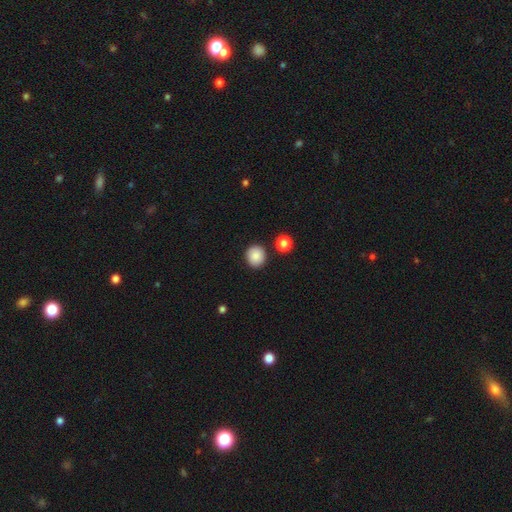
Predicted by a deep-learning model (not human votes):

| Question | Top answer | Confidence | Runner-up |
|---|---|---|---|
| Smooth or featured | smooth | 87% | star or artifact (8%) |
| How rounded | round | 78% | in between (21%) |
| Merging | none | 87% | minor disturbance (8%) |